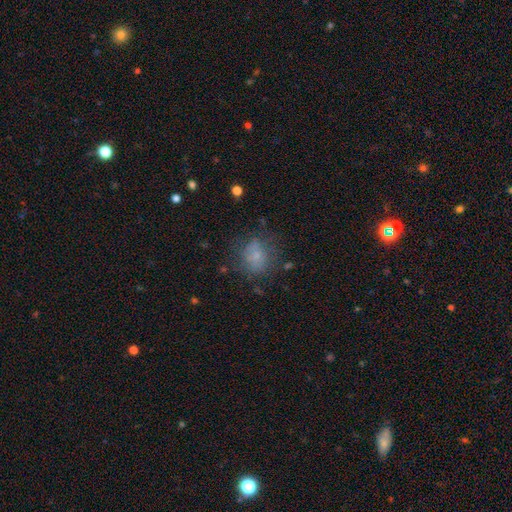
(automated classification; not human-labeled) Smooth or featured: smooth — 65% (featured or disk — 21%)
How rounded: round — 66% (in between — 33%)
Merging: none — 60% (minor disturbance — 21%)